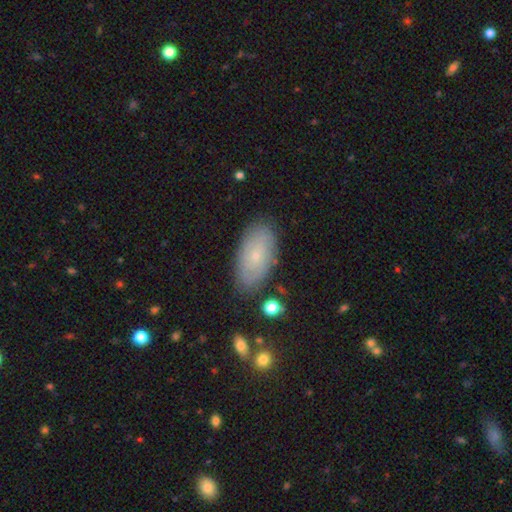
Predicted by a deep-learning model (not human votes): This is possibly a smooth galaxy (58%). How rounded: clearly in between (93%). Merging: clearly none (82%).